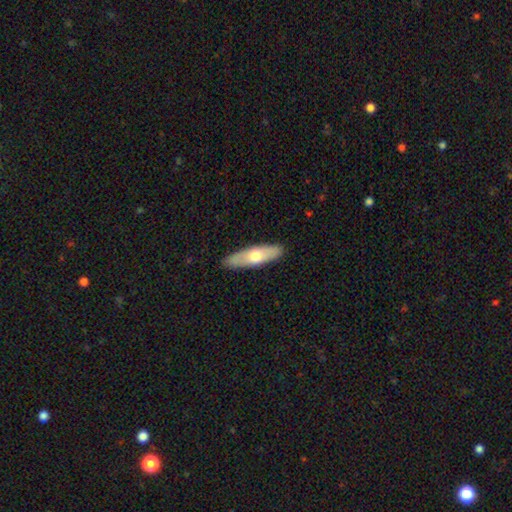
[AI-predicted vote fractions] Smooth or featured: smooth — 57% (featured or disk — 38%)
How rounded: cigar-shaped — 60% (in between — 38%)
Merging: none — 88% (minor disturbance — 9%)